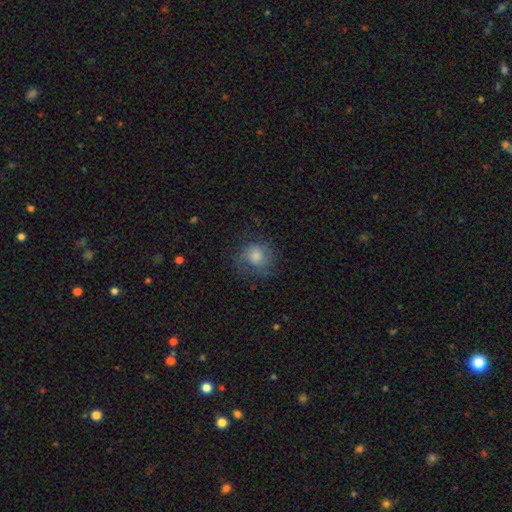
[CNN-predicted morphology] Smooth or featured? smooth (69%)
How rounded? round (81%)
Merging? none (65%)